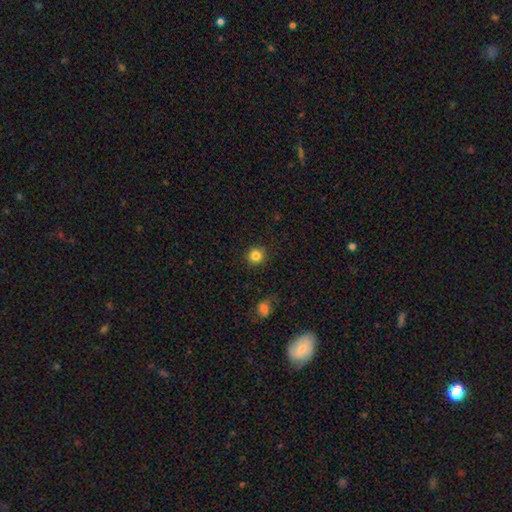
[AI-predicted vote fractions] Smooth or featured?
  - smooth: 83% *
  - star or artifact: 11%
  - featured or disk: 5%
How rounded?
  - round: 93% *
  - in between: 6%
  - cigar-shaped: 1%
Merging?
  - none: 91% *
  - minor disturbance: 6%
  - major disturbance: 2%
  - merger: 1%